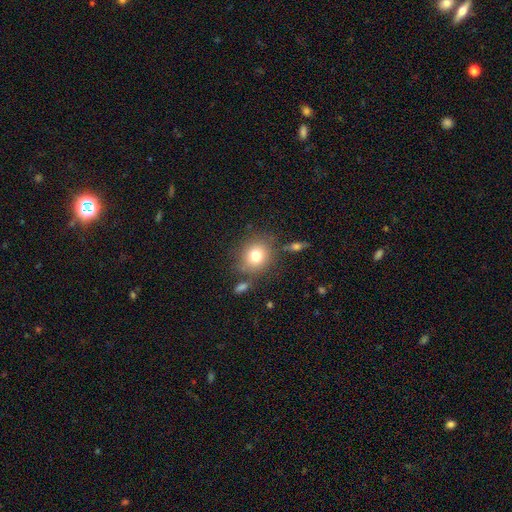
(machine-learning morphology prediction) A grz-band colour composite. It shows a smooth galaxy with no disk features (78%) that is round (80%). Merging: none (77%).